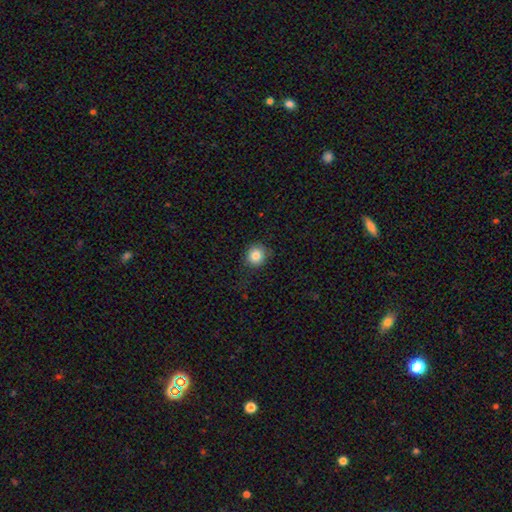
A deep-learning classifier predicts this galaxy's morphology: Smooth or featured? Predicted: smooth (p=0.84). How rounded? Predicted: round (p=0.88). Merging? Predicted: none (p=0.81).